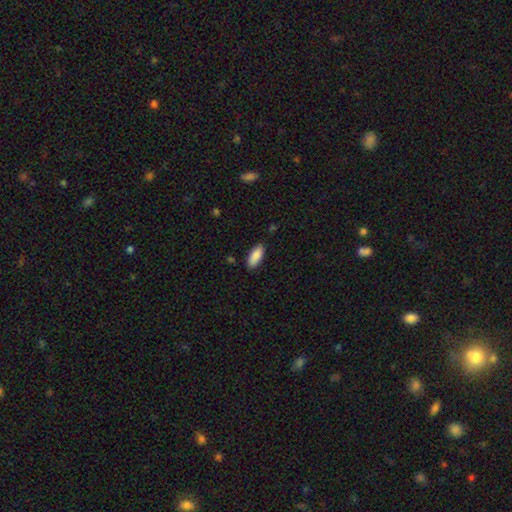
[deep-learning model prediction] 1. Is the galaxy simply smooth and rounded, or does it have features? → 89% smooth, 6% star or artifact, 5% featured or disk.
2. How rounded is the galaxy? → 85% in between, 14% cigar-shaped, 2% round.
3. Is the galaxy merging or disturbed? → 85% none, 12% minor disturbance, 2% major disturbance, 1% merger.